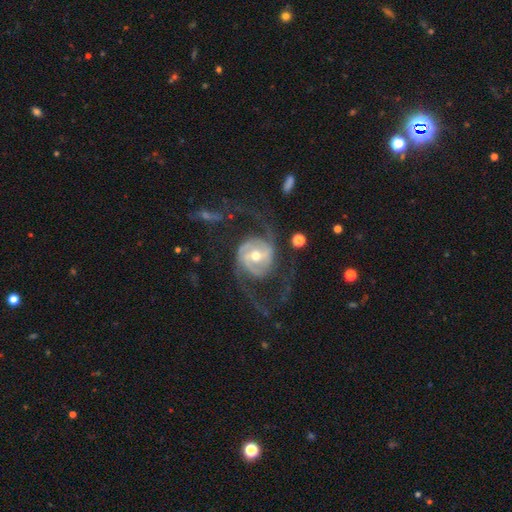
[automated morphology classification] Smooth or featured? Predicted: featured or disk (p=0.90). Edge-on disk? Predicted: no (p=0.97). Bar? Predicted: weak (p=0.38). Spiral arms? Predicted: yes (p=0.96). Spiral winding? Predicted: medium (p=0.46). Spiral arm count? Predicted: 2 (p=0.70). Bulge size? Predicted: moderate (p=0.65). Merging? Predicted: none (p=0.58).